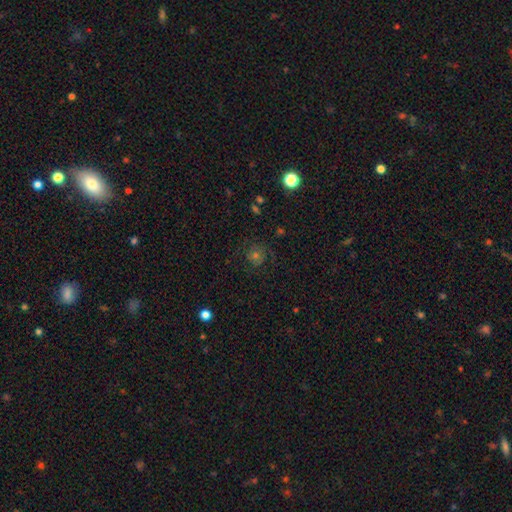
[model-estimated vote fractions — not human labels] Smooth or featured?
  - smooth: 42% *
  - featured or disk: 30%
  - star or artifact: 28%
Merging?
  - none: 78% *
  - minor disturbance: 13%
  - major disturbance: 8%
  - merger: 1%